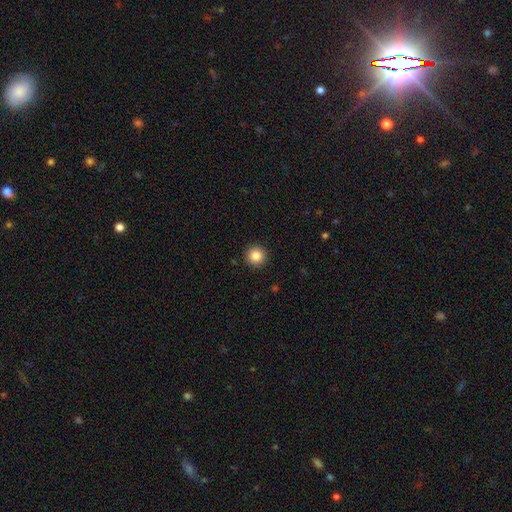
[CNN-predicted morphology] type=smooth (86%); roundness=round (96%); merging=none (93%).